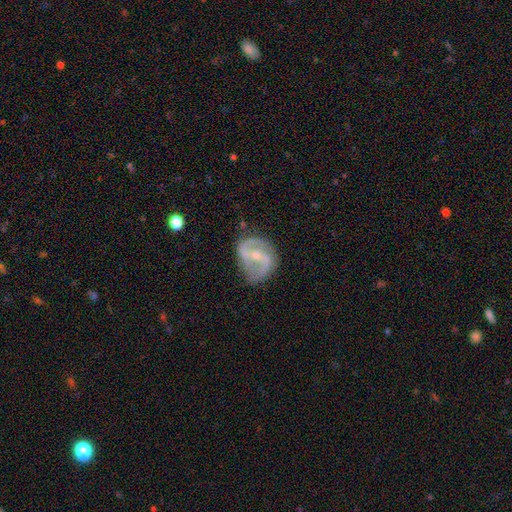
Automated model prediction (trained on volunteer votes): Smooth or featured: featured or disk — 85% (smooth — 10%)
Edge-on disk: no — 97% (yes — 3%)
Bar: weak — 43% (strong — 35%)
Spiral arms: yes — 93% (no — 7%)
Spiral winding: medium — 49% (loose — 31%)
Spiral arm count: 2 — 87% (can't tell — 5%)
Bulge size: small — 59% (moderate — 36%)
Merging: none — 66% (minor disturbance — 23%)